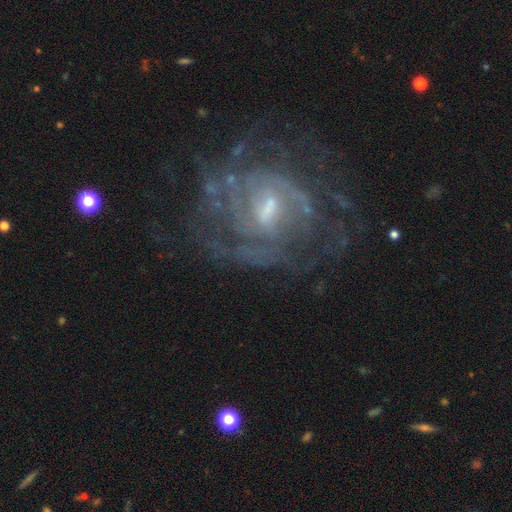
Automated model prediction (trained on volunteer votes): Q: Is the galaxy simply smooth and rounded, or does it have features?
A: featured or disk — 84%.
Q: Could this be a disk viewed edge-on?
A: no — 97%.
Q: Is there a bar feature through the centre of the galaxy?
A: weak — 54%.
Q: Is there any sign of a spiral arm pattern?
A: yes — 89%.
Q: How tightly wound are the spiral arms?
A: tight — 57%.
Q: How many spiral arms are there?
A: can't tell — 46%.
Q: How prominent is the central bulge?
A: small — 49%.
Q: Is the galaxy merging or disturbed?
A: none — 67%.